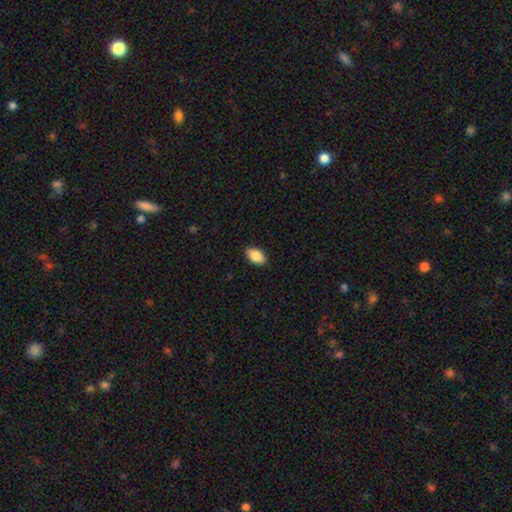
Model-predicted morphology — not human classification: smooth_or_featured: smooth (p=0.89) [alt: star or artifact p=0.07]
how_rounded: in between (p=0.93) [alt: round p=0.05]
merging: none (p=0.90) [alt: minor disturbance p=0.08]